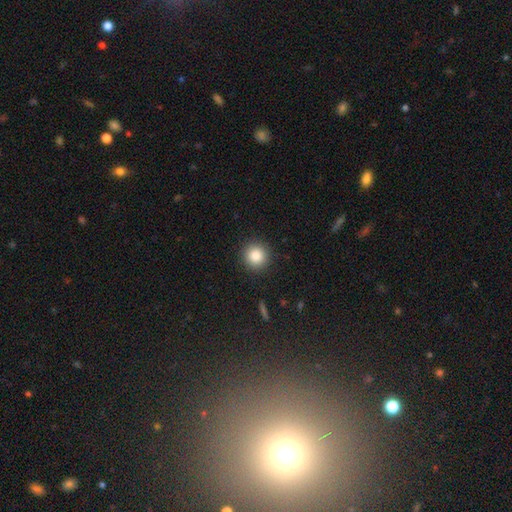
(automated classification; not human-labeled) This appears to be a smooth galaxy with no disk features (86%) that is round (94%). Merging: none (91%).